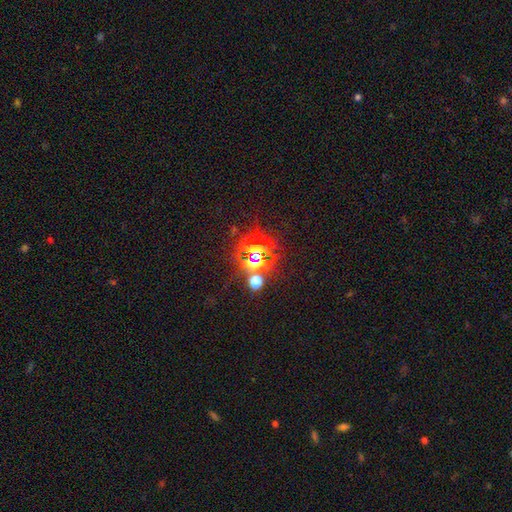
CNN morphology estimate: Overall: star or artifact (75%).